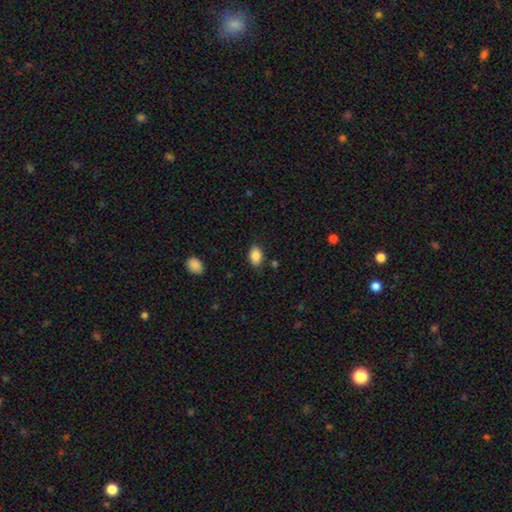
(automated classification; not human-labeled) Overall: smooth (87%). How rounded: in between (87%). Merging: none (83%).